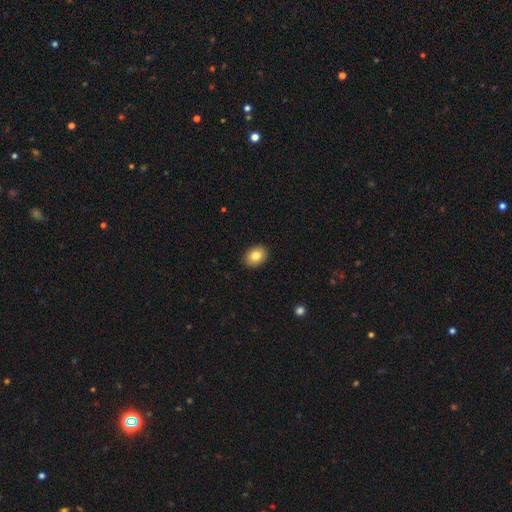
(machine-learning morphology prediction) smooth-or-featured: smooth: 83% | featured or disk: 9% | star or artifact: 8%
  how-rounded: in between: 66% | round: 33% | cigar-shaped: 1%
  merging: none: 90% | minor disturbance: 7% | major disturbance: 2% | merger: 1%